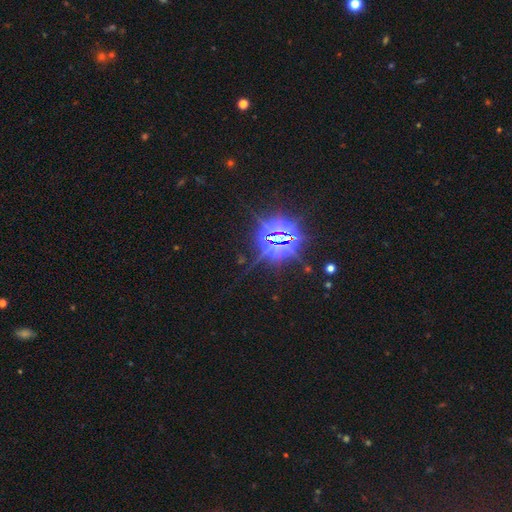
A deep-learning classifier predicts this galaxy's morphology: smooth-or-featured: star or artifact: 86% | smooth: 9% | featured or disk: 5%